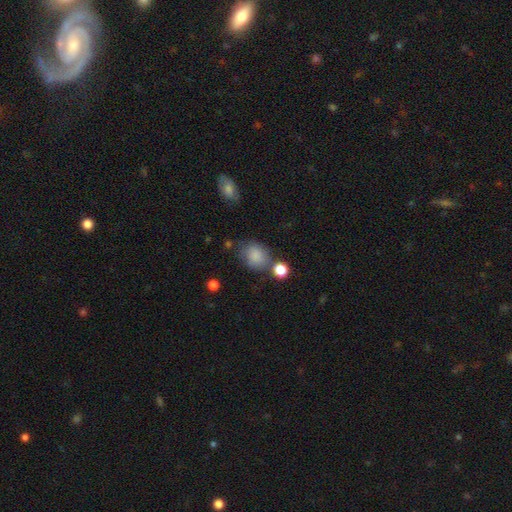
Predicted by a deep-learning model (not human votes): A smooth galaxy with no disk features (83%) that is round (60%).

Vote fractions:
- Smooth or featured? smooth: 83% / star or artifact: 10% / featured or disk: 7%
- How rounded? round: 60% / in between: 39% / cigar-shaped: 1%
- Merging? none: 62% / minor disturbance: 20% / merger: 11% / major disturbance: 8%